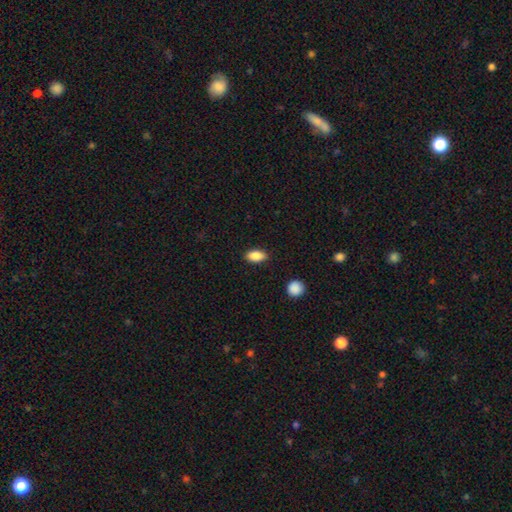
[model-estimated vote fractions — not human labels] smooth_or_featured: smooth (p=0.87) [alt: star or artifact p=0.08]
how_rounded: in between (p=0.90) [alt: cigar-shaped p=0.05]
merging: none (p=0.87) [alt: minor disturbance p=0.09]